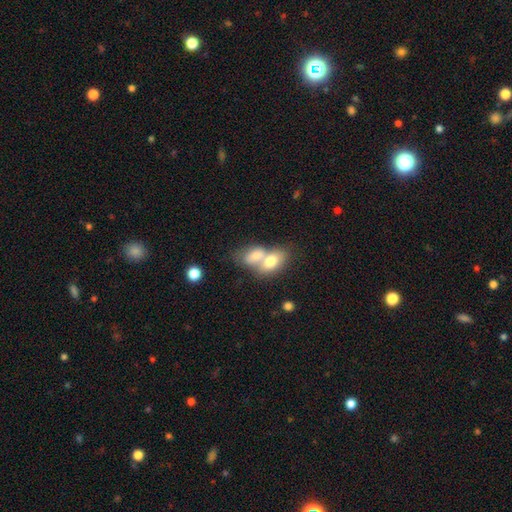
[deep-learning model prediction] This appears to be a smooth galaxy with no disk features (74%) that is in between round and cigar-shaped (84%). Merging: merger (75%).